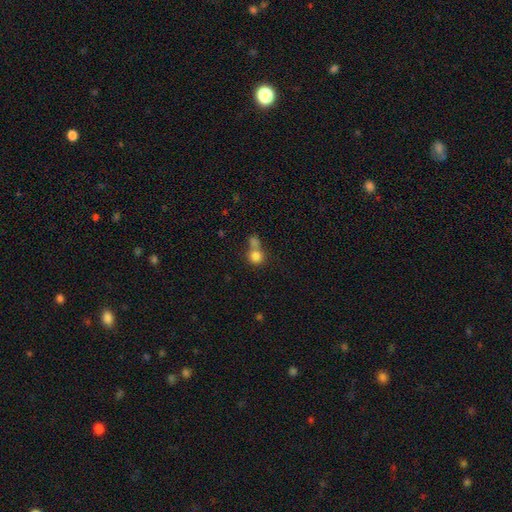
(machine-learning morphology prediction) Smooth or featured?
  - smooth: 82% *
  - star or artifact: 11%
  - featured or disk: 8%
How rounded?
  - round: 88% *
  - in between: 11%
  - cigar-shaped: 1%
Merging?
  - merger: 47% *
  - none: 41%
  - minor disturbance: 8%
  - major disturbance: 4%